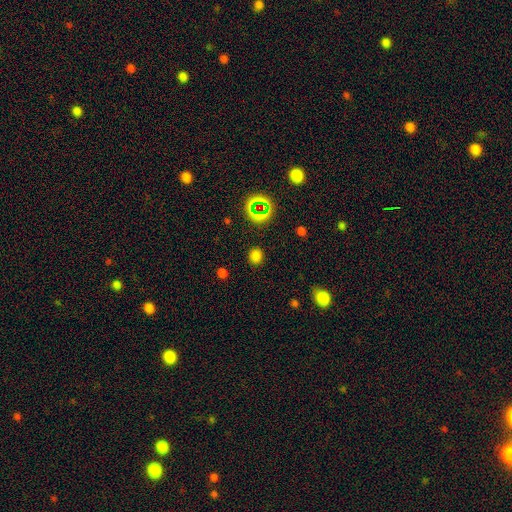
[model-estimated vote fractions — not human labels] smooth_or_featured: smooth (p=0.74) [alt: star or artifact p=0.21]
how_rounded: round (p=0.85) [alt: in between p=0.14]
merging: none (p=0.88) [alt: minor disturbance p=0.07]